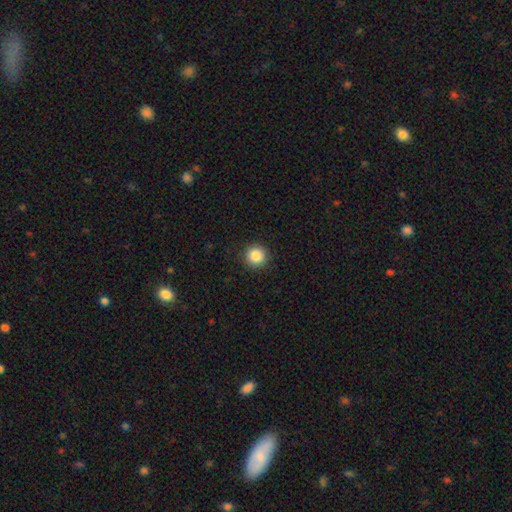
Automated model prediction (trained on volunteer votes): A smooth galaxy with no disk features (87%) that is round (95%). Merging: none (92%).